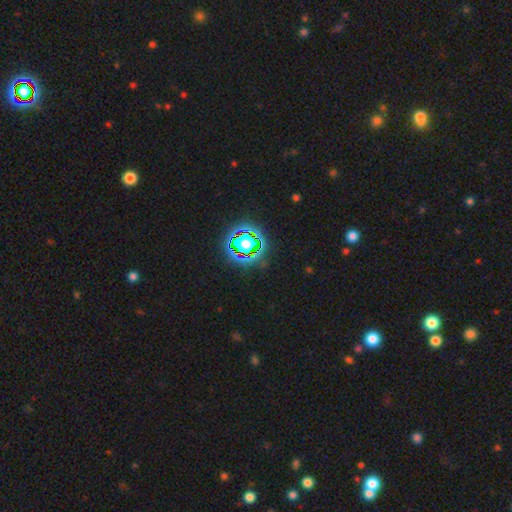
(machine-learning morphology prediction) smooth-or-featured: star or artifact: 82% | smooth: 11% | featured or disk: 7%